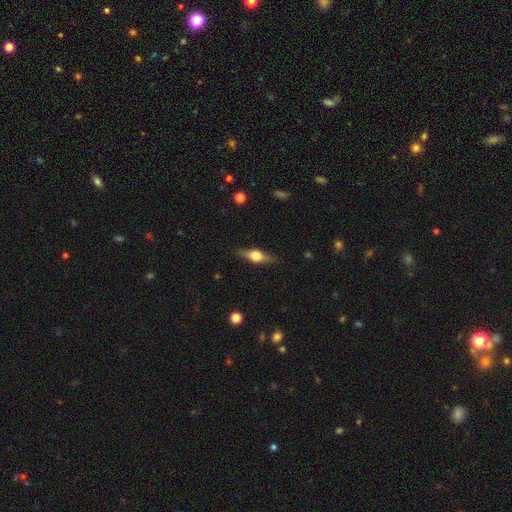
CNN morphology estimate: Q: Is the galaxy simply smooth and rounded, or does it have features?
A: featured or disk — 57%.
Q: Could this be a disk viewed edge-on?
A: yes — 94%.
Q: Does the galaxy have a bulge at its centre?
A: rounded — 92%.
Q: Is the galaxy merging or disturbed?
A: none — 86%.